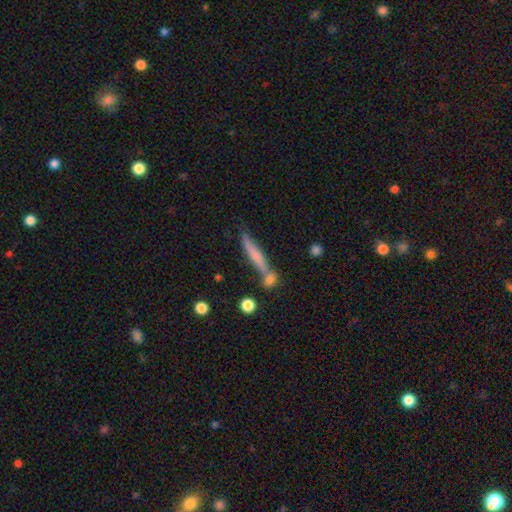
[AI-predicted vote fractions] Q: Smooth or featured?
A: smooth (57%); runner-up: featured or disk (35%)
Q: How rounded?
A: cigar-shaped (91%); runner-up: in between (7%)
Q: Merging?
A: none (62%); runner-up: merger (19%)